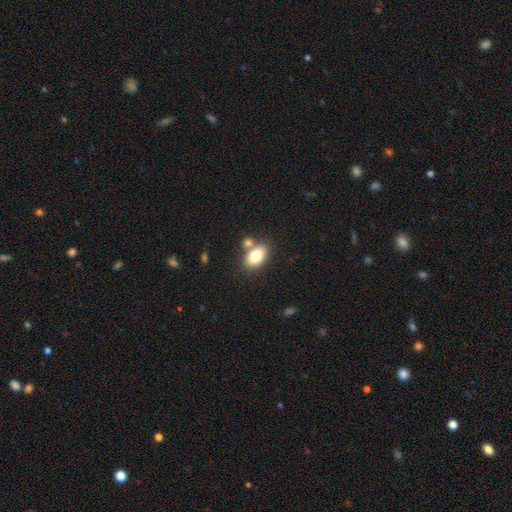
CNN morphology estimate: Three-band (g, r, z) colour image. It shows a smooth galaxy with no disk features (78%) that is in between round and cigar-shaped (86%). Merging: none (61%).